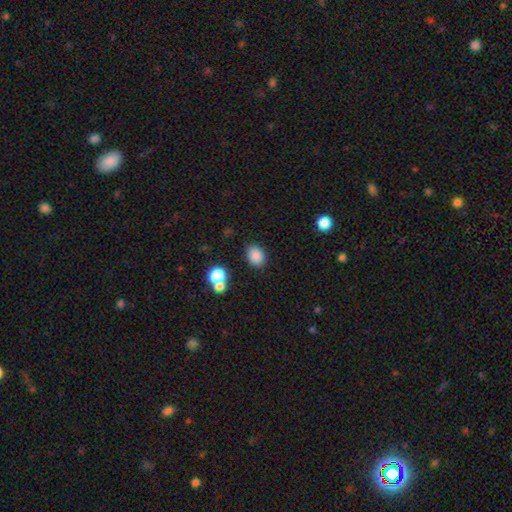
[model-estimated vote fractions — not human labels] A smooth galaxy with no disk features (85%) that is in between round and cigar-shaped (72%). Merging: none (80%).